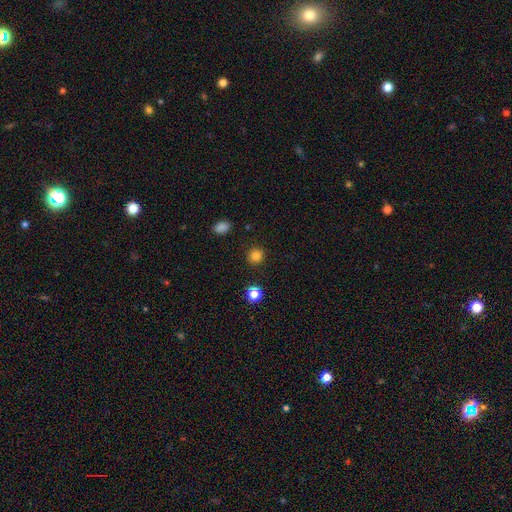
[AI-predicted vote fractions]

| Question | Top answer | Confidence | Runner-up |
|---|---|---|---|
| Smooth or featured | smooth | 82% | star or artifact (14%) |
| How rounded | round | 92% | in between (7%) |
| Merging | none | 90% | minor disturbance (6%) |